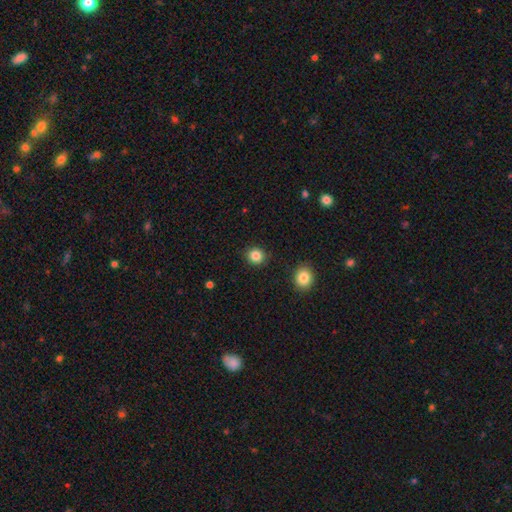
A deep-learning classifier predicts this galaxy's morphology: Smooth or featured: smooth — 85% (star or artifact — 11%)
How rounded: round — 86% (in between — 13%)
Merging: none — 90% (minor disturbance — 6%)